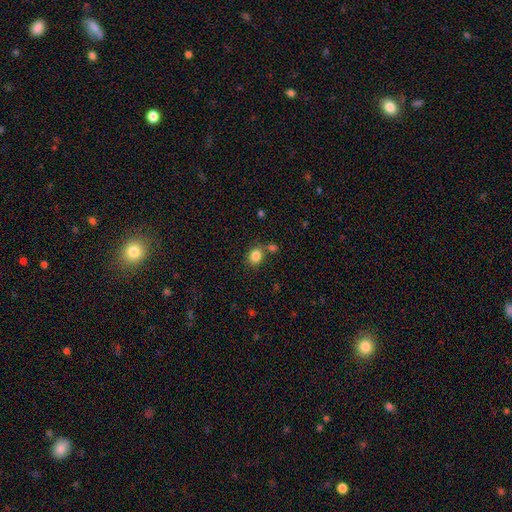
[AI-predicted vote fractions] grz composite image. It shows a smooth galaxy with no disk features (84%) that is round (62%). Merging: none (68%).